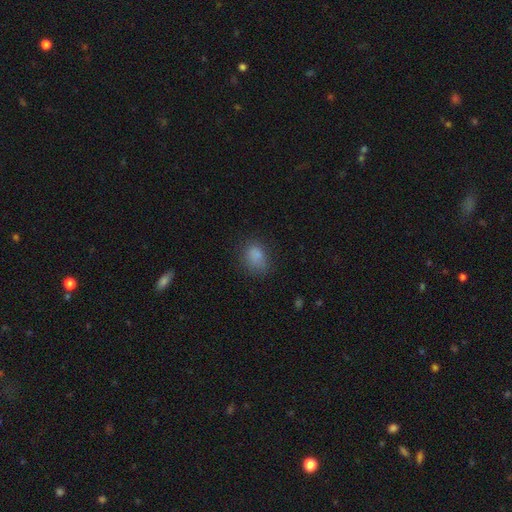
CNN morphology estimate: The model was most divided on "how rounded": in between: 62%, round: 37%, cigar-shaped: 1%. More confident: smooth or featured — smooth (81%); merging — none (67%).